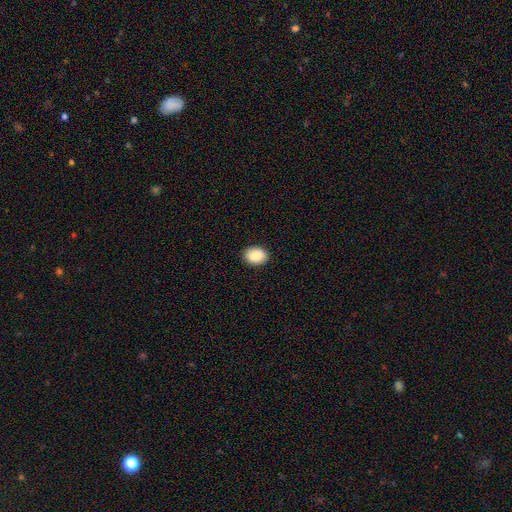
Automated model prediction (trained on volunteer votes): The model was most divided on "how rounded": in between: 72%, round: 27%, cigar-shaped: 1%. More confident: merging — none (90%); smooth or featured — smooth (89%).